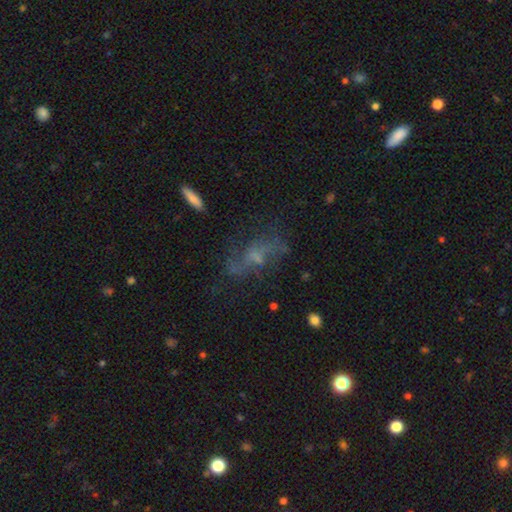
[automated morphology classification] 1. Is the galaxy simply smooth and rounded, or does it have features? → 53% featured or disk, 27% smooth, 20% star or artifact.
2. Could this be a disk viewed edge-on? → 86% no, 14% yes.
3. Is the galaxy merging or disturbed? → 56% none, 20% major disturbance, 19% minor disturbance, 4% merger.